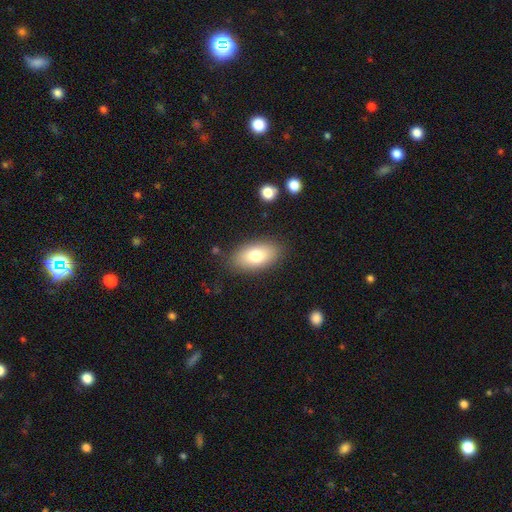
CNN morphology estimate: Smooth or featured? smooth (77%)
How rounded? in between (92%)
Merging? none (84%)